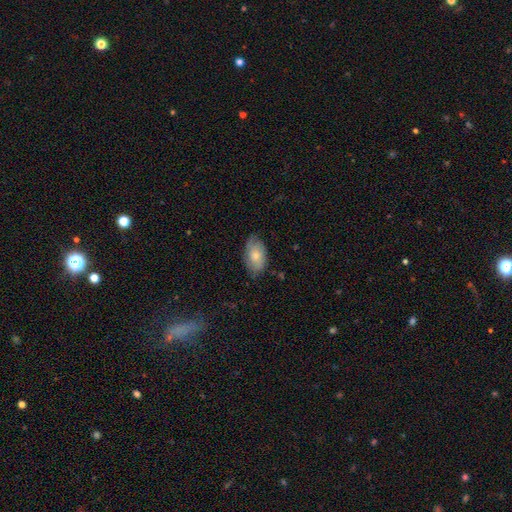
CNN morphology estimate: This is likely a smooth galaxy (67%). How rounded: clearly in between (92%). Merging: likely none (69%).